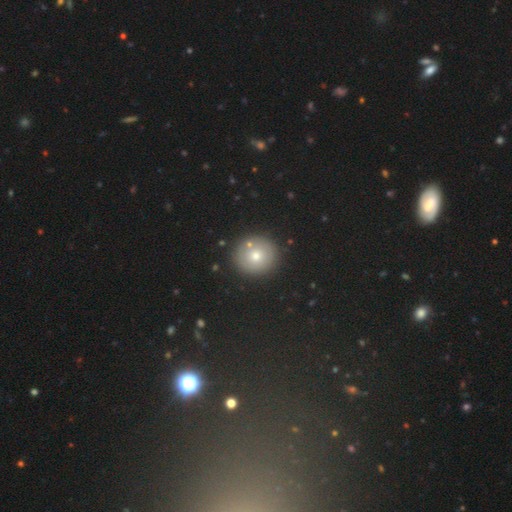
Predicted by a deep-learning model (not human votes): This is likely a smooth galaxy (69%). How rounded: clearly round (92%). Merging: clearly none (85%).